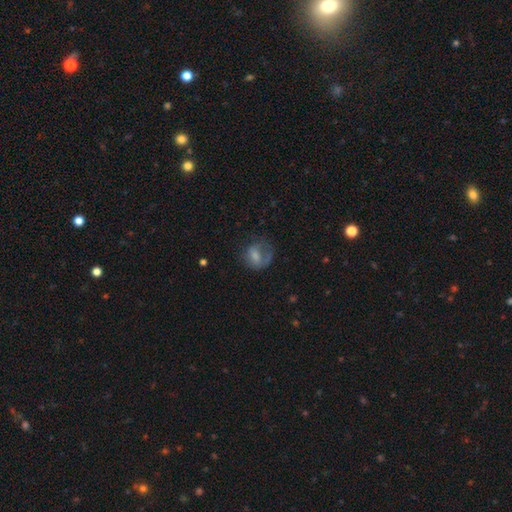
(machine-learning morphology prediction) This is likely a smooth galaxy (60%). How rounded: possibly round (58%). Merging: marginally none (40%).